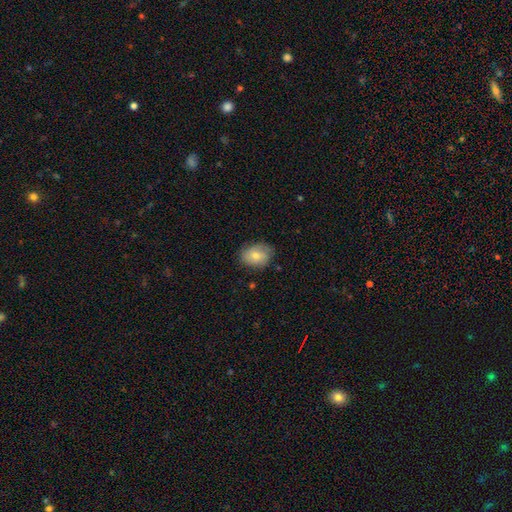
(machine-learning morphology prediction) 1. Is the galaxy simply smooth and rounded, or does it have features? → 74% smooth, 19% featured or disk, 7% star or artifact.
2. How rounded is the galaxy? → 62% in between, 37% round, 1% cigar-shaped.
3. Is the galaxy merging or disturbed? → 74% none, 20% minor disturbance, 4% major disturbance, 1% merger.